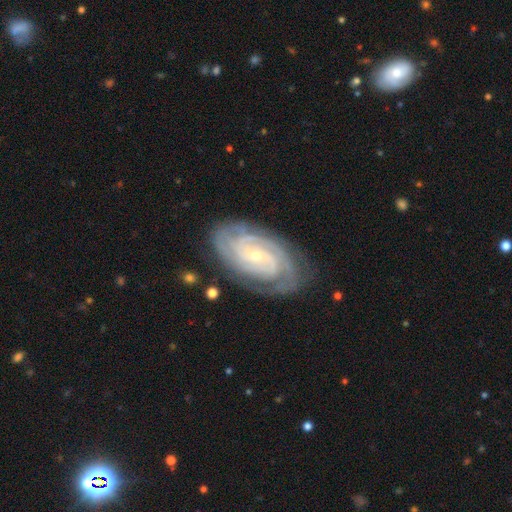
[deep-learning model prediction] The model was most divided on "spiral arm count" (2-way tie): 2: 24%, 3: 24%, can't tell: 20%, 4: 19%, more than 4: 7%, 1: 6%. More confident: spiral arms — yes (98%); edge-on disk — no (96%); smooth or featured — featured or disk (90%); bulge size — small (81%); merging — none (79%); spiral winding — tight (78%); bar — no (61%).